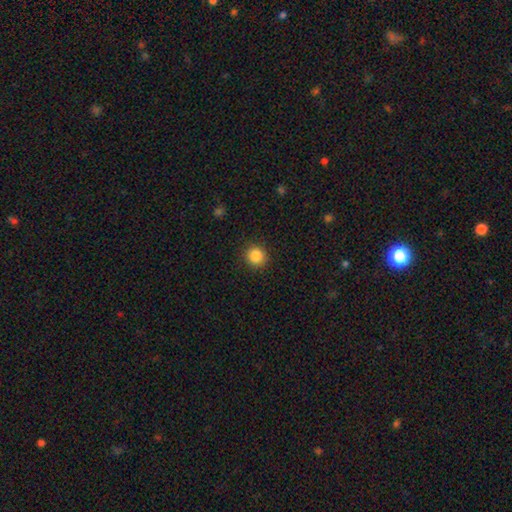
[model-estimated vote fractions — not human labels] Smooth or featured? smooth (86%)
How rounded? round (93%)
Merging? none (91%)